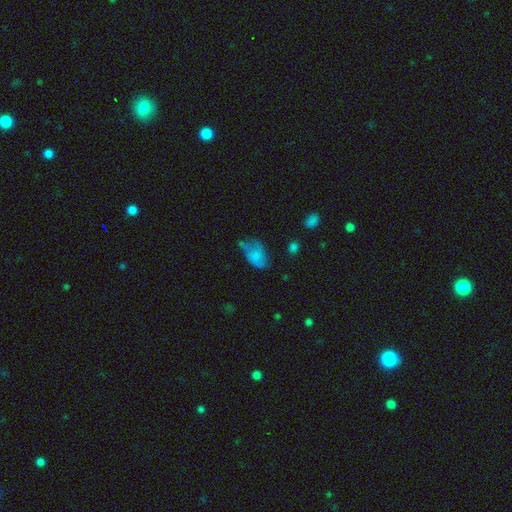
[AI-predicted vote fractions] Smooth or featured? Predicted: smooth (p=0.63). How rounded? Predicted: in between (p=0.88). Merging? Predicted: minor disturbance (p=0.33).